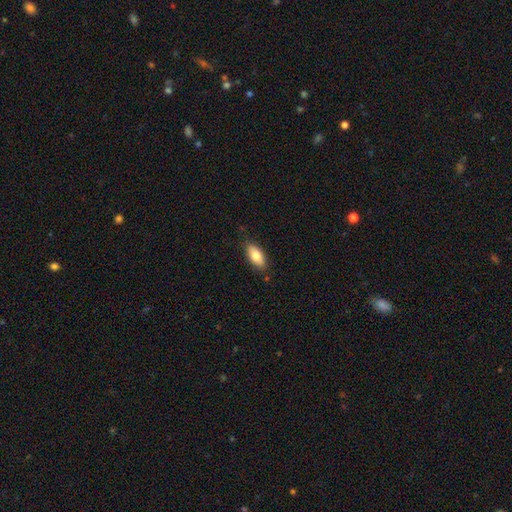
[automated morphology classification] A smooth galaxy with no disk features (78%) that is in between round and cigar-shaped (88%).

Vote fractions:
- Smooth or featured? smooth: 78% / featured or disk: 15% / star or artifact: 7%
- How rounded? in between: 88% / cigar-shaped: 9% / round: 3%
- Merging? none: 84% / minor disturbance: 13% / major disturbance: 2% / merger: 1%